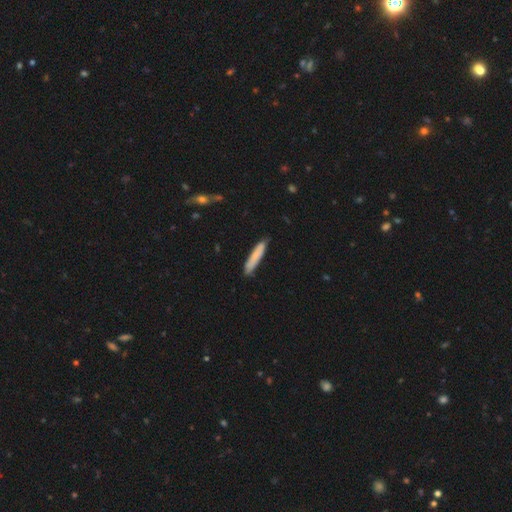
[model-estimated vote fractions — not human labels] The model was most divided on "smooth or featured": smooth: 79%, featured or disk: 16%, star or artifact: 5%. More confident: how rounded — cigar-shaped (92%); merging — none (83%).